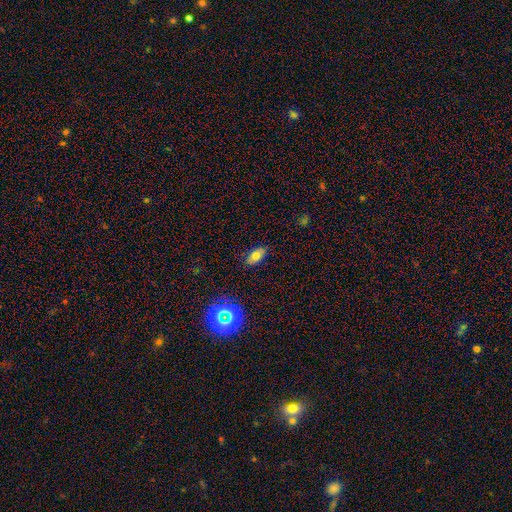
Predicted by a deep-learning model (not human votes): smooth-or-featured: smooth: 71% | featured or disk: 15% | star or artifact: 14%
  how-rounded: in between: 89% | round: 5% | cigar-shaped: 5%
  merging: none: 82% | minor disturbance: 14% | major disturbance: 3% | merger: 1%